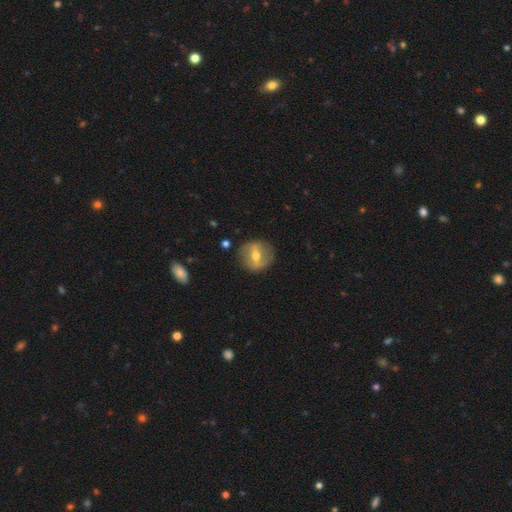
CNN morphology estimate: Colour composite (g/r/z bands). It shows a featured or disk galaxy (63%) with a strong bar (60%), no spiral arms (75%) and a moderate central bulge (71%). Merging: none (84%).